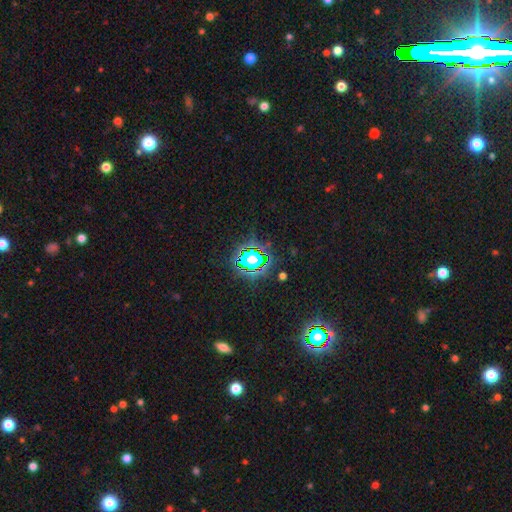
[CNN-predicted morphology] Smooth or featured?
  - star or artifact: 67% *
  - smooth: 21%
  - featured or disk: 13%